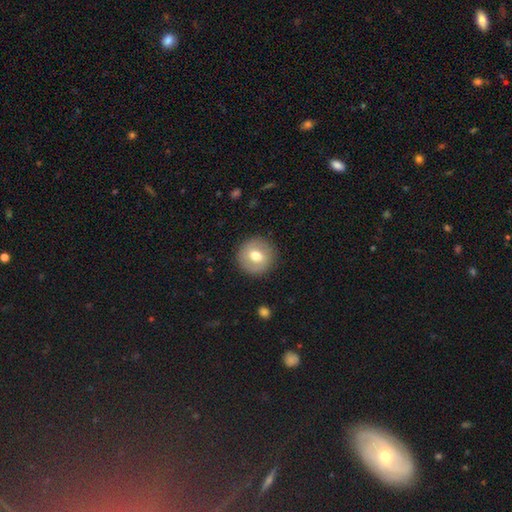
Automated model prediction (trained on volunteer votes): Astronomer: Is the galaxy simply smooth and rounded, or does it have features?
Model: smooth — 65%.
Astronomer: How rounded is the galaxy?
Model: round — 94%.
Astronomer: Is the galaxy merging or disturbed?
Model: none — 90%.